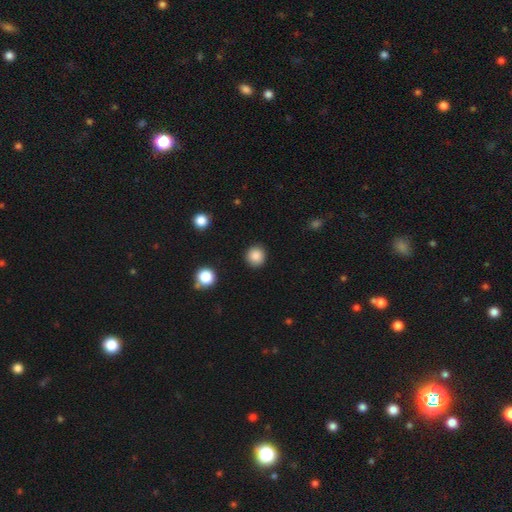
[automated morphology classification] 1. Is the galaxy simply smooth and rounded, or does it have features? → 87% smooth, 10% star or artifact, 3% featured or disk.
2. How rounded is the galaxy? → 90% round, 9% in between, 1% cigar-shaped.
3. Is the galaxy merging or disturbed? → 91% none, 6% minor disturbance, 2% major disturbance, 1% merger.